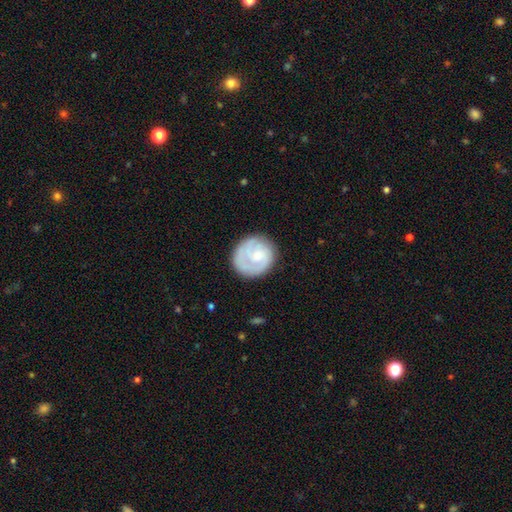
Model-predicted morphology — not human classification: featured or disk 60%, smooth 35%, star or artifact 5%. Down the decision tree: edge-on disk — no (98%); bar — no (74%); spiral arms — yes (83%); bulge size — small (62%); merging — none (77%).